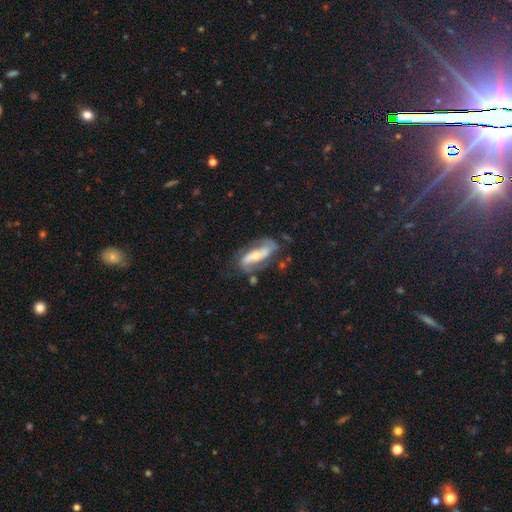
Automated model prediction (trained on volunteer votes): The model was most divided on "spiral winding": medium: 41%, loose: 31%, tight: 28%. More confident: edge-on disk — no (87%); spiral arms — yes (87%); spiral arm count — 2 (84%); smooth or featured — featured or disk (79%); merging — none (65%); bulge size — moderate (59%); bar — strong (51%).